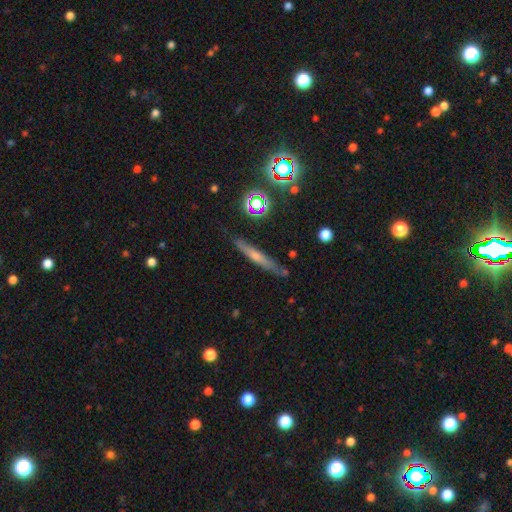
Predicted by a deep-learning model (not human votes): Smooth or featured? featured or disk (46%)
Merging? none (81%)